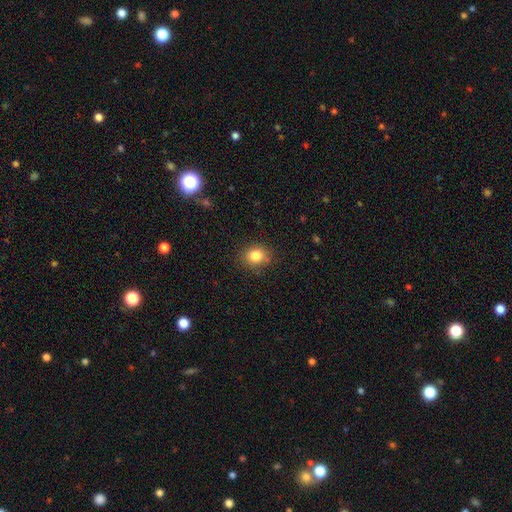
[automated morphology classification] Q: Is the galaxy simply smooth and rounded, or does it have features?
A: smooth — 83%.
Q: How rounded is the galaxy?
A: round — 61%.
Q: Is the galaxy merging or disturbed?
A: none — 85%.